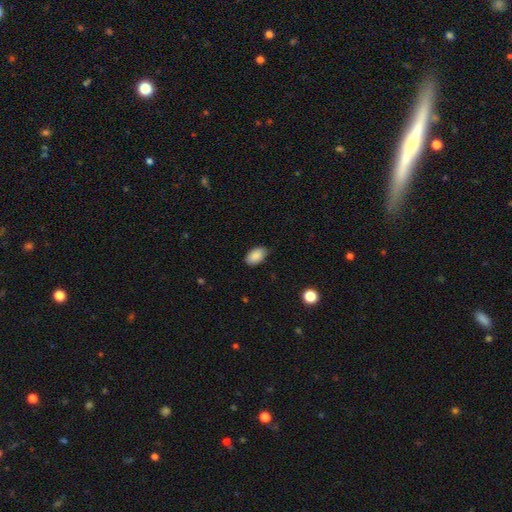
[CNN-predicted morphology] Smooth or featured? smooth (88%)
How rounded? in between (92%)
Merging? none (79%)